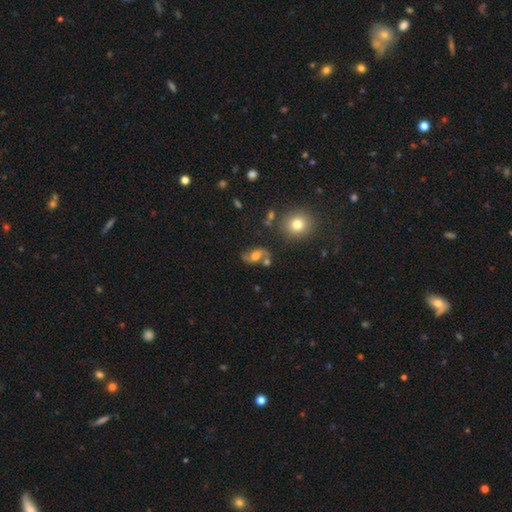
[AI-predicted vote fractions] Smooth or featured?
  - featured or disk: 53% *
  - smooth: 35%
  - star or artifact: 11%
Edge-on disk?
  - no: 95% *
  - yes: 5%
Bar?
  - no: 60% *
  - weak: 31%
  - strong: 9%
Spiral arms?
  - yes: 80% *
  - no: 20%
Bulge size?
  - moderate: 52% *
  - large: 31%
  - small: 10%
  - none: 4%
  - dominant: 3%
Merging?
  - none: 59% *
  - minor disturbance: 18%
  - merger: 13%
  - major disturbance: 9%